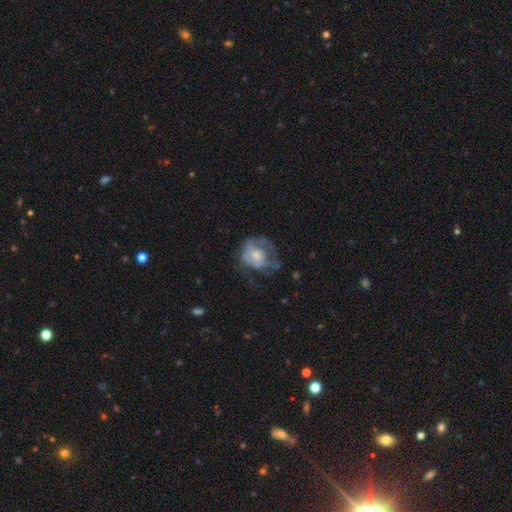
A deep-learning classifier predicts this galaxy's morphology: This appears to be a featured or disk galaxy (53%) with no bar (84%), no spiral arms (63%) and a moderate central bulge (48%). Merging: major disturbance (39%).